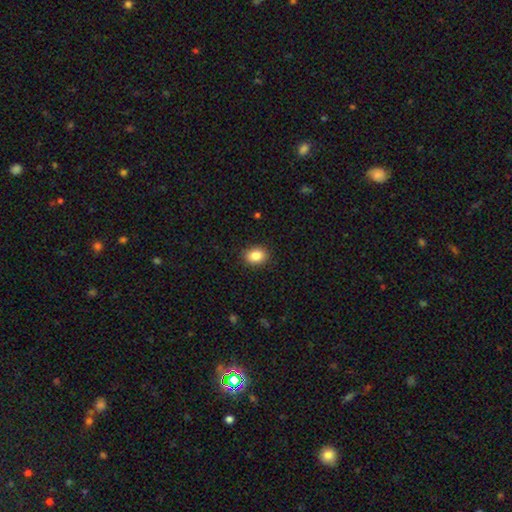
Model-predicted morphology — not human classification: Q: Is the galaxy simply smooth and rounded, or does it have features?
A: smooth — 86%.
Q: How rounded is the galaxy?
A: in between — 65%.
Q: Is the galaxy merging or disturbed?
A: none — 89%.